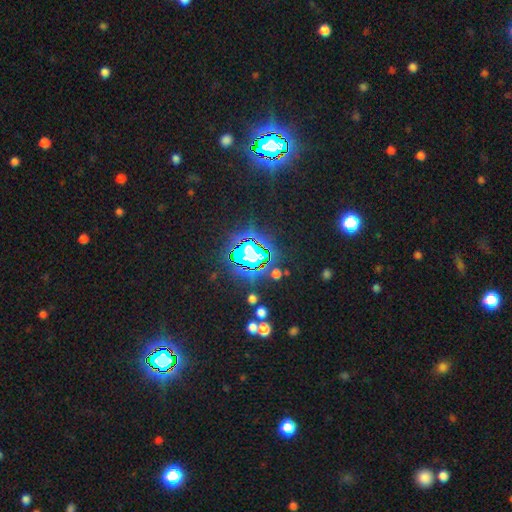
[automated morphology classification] A star or artifact, not a galaxy (75%).

Vote fractions:
- Smooth or featured? star or artifact: 75% / smooth: 15% / featured or disk: 10%